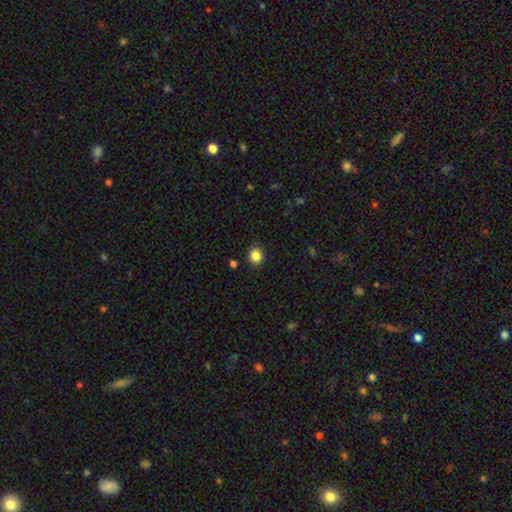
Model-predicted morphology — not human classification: smooth_or_featured: smooth (p=0.85) [alt: star or artifact p=0.11]
how_rounded: round (p=0.78) [alt: in between p=0.21]
merging: none (p=0.90) [alt: minor disturbance p=0.07]